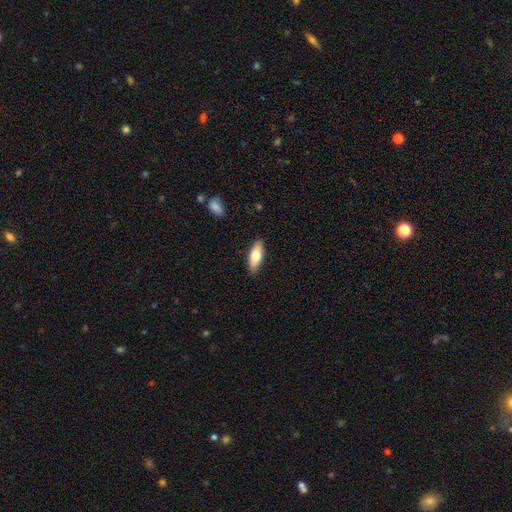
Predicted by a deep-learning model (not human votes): This is likely a smooth galaxy (69%). How rounded: likely in between (72%). Merging: clearly none (88%).